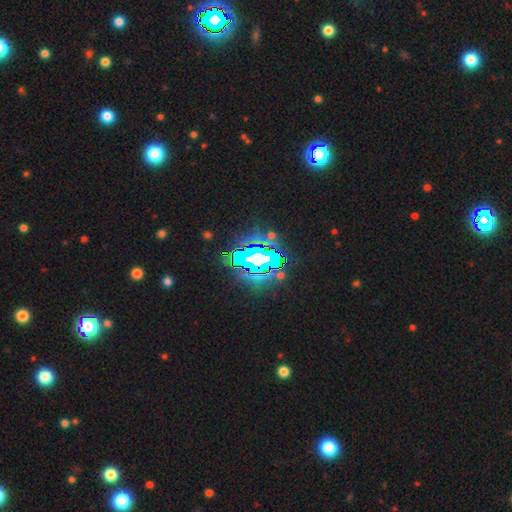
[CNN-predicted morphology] smooth-or-featured: star or artifact: 73% | featured or disk: 15% | smooth: 12%